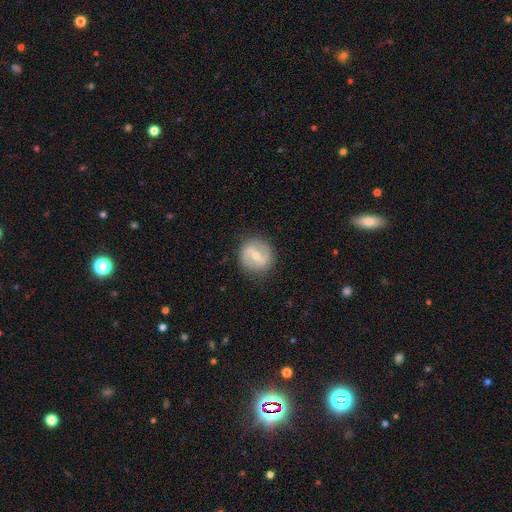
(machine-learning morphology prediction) The model was most divided on "bar": weak: 45%, strong: 40%, no: 15%. Remaining: edge-on disk — no (97%); spiral arm count — 2 (89%); merging — none (86%); spiral arms — yes (82%); smooth or featured — featured or disk (71%); bulge size — small (51%); spiral winding — medium (45%).